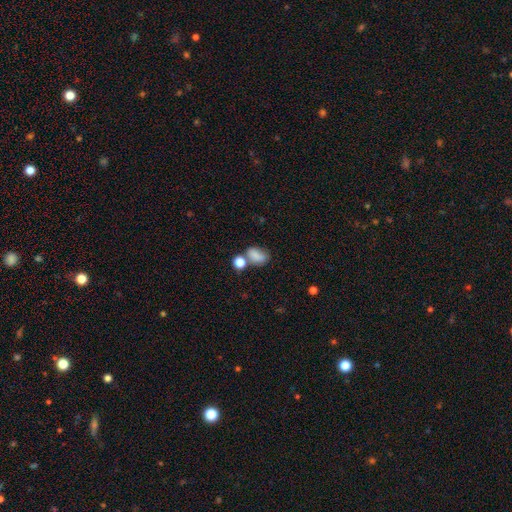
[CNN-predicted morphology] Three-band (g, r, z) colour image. It shows a smooth galaxy with no disk features (79%) that is in between round and cigar-shaped (78%). Merging: none (44%).